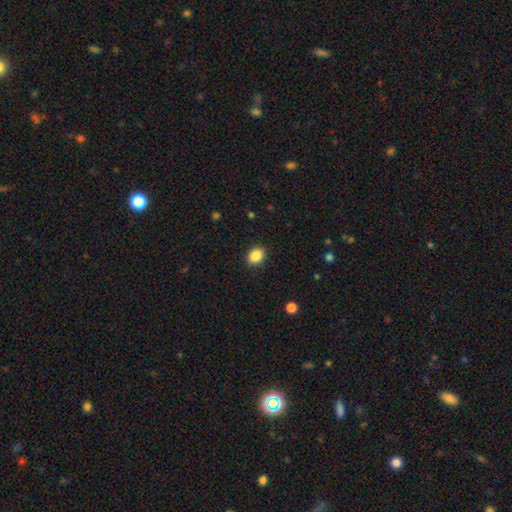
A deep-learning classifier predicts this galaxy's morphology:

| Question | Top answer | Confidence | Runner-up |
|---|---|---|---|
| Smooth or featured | smooth | 88% | star or artifact (9%) |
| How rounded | in between | 53% | round (46%) |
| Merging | none | 89% | minor disturbance (8%) |